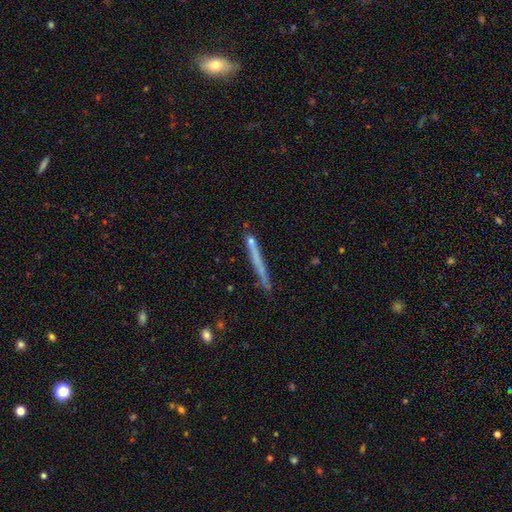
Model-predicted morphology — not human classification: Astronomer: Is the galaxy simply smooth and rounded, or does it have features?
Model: smooth — 52% (runner-up: featured or disk, 41%).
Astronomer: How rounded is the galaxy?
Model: cigar-shaped — 96%.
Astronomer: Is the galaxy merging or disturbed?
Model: none — 78%.